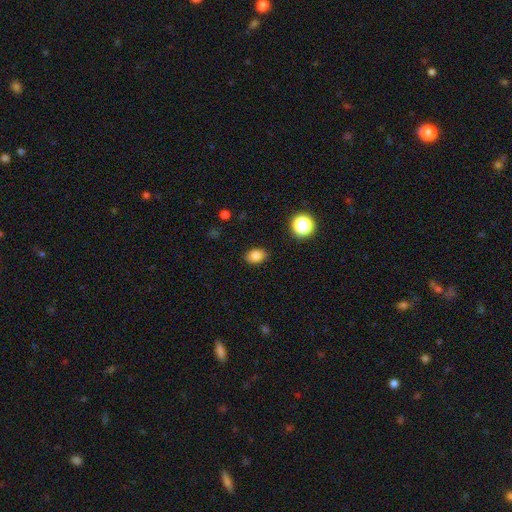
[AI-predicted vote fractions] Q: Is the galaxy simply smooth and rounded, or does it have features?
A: smooth — 83%.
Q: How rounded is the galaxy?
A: in between — 77%.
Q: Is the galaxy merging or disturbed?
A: none — 87%.